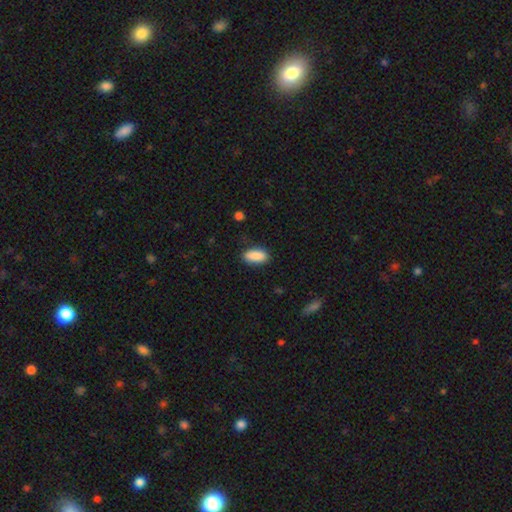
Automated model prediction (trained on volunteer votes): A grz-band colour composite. It shows a smooth galaxy with no disk features (89%) that is in between round and cigar-shaped (86%). Merging: none (84%).